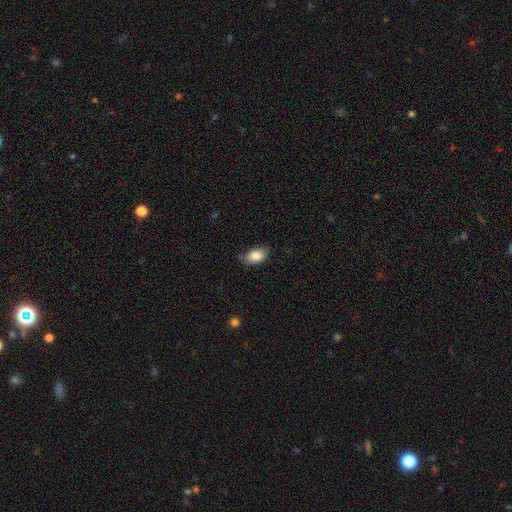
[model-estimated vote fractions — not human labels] Smooth or featured?
  - smooth: 87% *
  - star or artifact: 7%
  - featured or disk: 6%
How rounded?
  - in between: 91% *
  - round: 7%
  - cigar-shaped: 2%
Merging?
  - none: 78% *
  - minor disturbance: 18%
  - major disturbance: 3%
  - merger: 1%